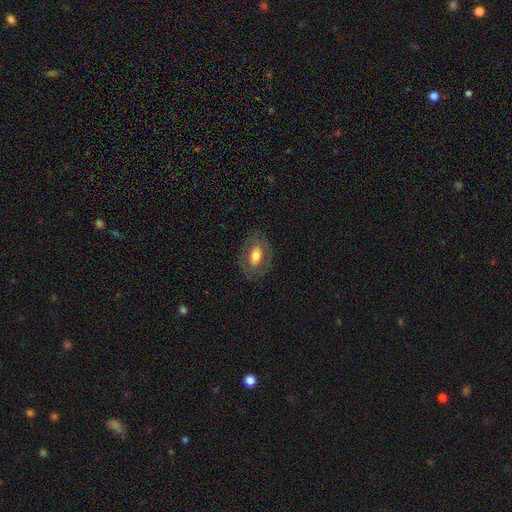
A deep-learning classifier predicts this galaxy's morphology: smooth_or_featured: smooth (p=0.57) [alt: featured or disk p=0.36]
how_rounded: in between (p=0.80) [alt: round p=0.19]
merging: none (p=0.80) [alt: minor disturbance p=0.13]